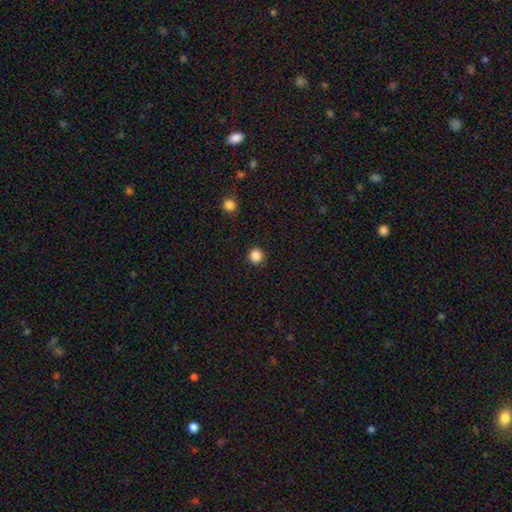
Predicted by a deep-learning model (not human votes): This appears to be a smooth galaxy with no disk features (86%) that is round (94%). Merging: none (91%).